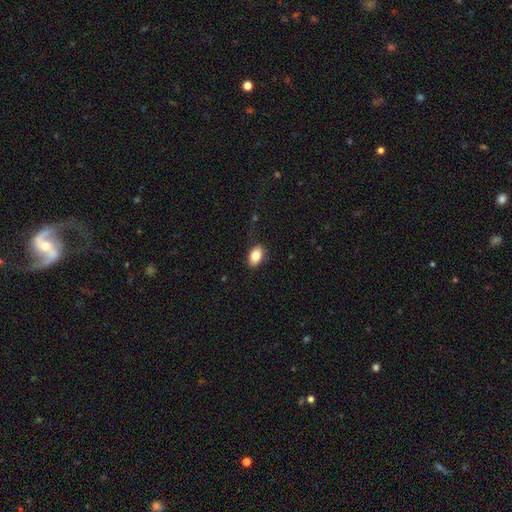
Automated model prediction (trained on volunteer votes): This appears to be a smooth galaxy with no disk features (84%) that is in between round and cigar-shaped (89%). Merging: none (84%).